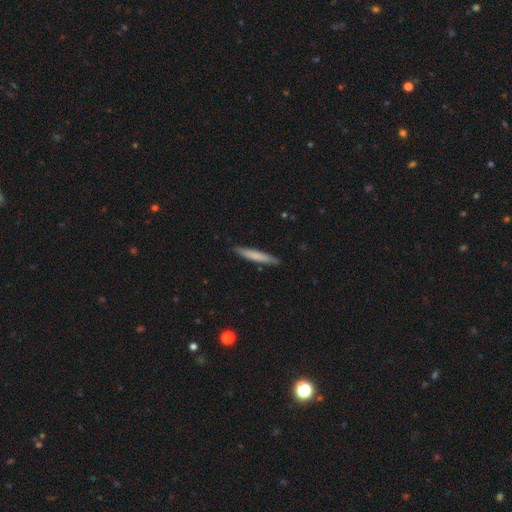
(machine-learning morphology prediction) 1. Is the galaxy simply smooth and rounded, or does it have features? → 73% smooth, 22% featured or disk, 5% star or artifact.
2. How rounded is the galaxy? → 95% cigar-shaped, 4% in between, 1% round.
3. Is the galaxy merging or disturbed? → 89% none, 8% minor disturbance, 1% major disturbance, 1% merger.